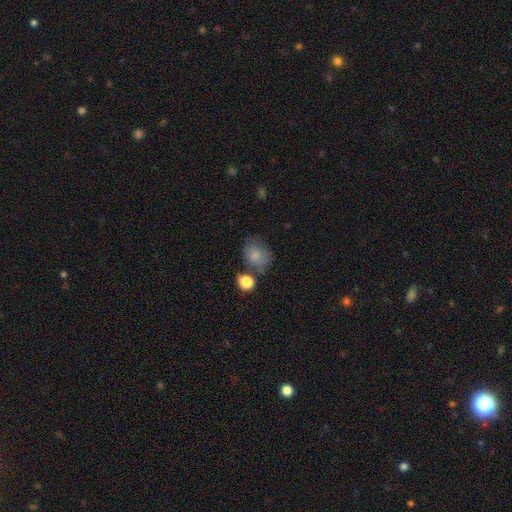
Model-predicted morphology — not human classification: Smooth or featured: smooth — 78% (featured or disk — 13%)
How rounded: in between — 50% (round — 49%)
Merging: none — 57% (minor disturbance — 22%)